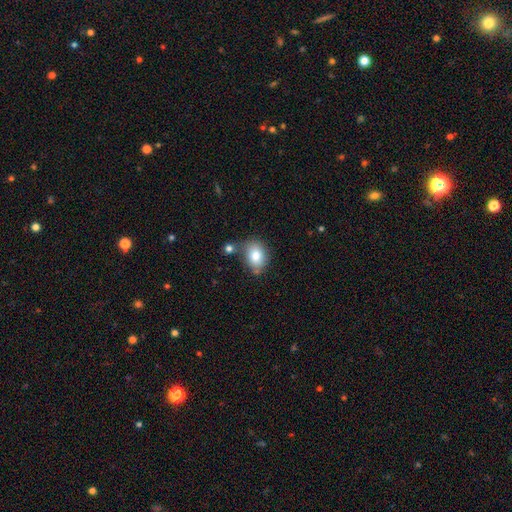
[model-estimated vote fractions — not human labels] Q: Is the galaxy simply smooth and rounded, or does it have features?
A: smooth — 81%.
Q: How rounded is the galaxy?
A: in between — 61%.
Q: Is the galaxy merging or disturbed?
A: none — 60%.